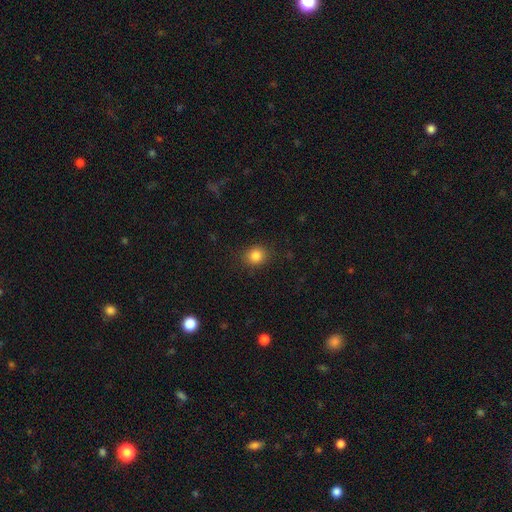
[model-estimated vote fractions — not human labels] This appears to be a smooth galaxy with no disk features (84%) that is round (77%). Merging: none (88%).